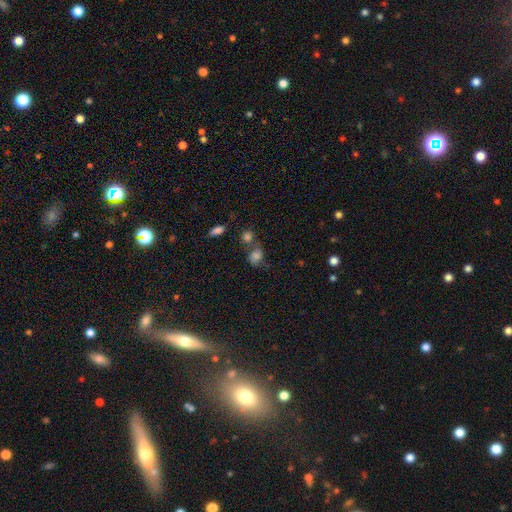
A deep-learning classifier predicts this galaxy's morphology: type=smooth (71%); roundness=round (53%); merging=none (40%).